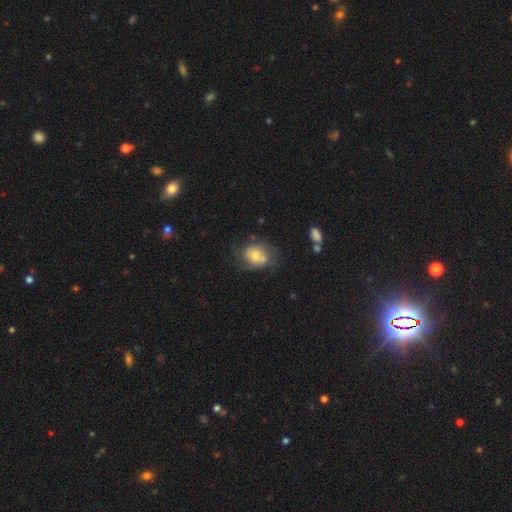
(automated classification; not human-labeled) Smooth or featured? smooth (60%)
How rounded? round (56%)
Merging? none (45%)